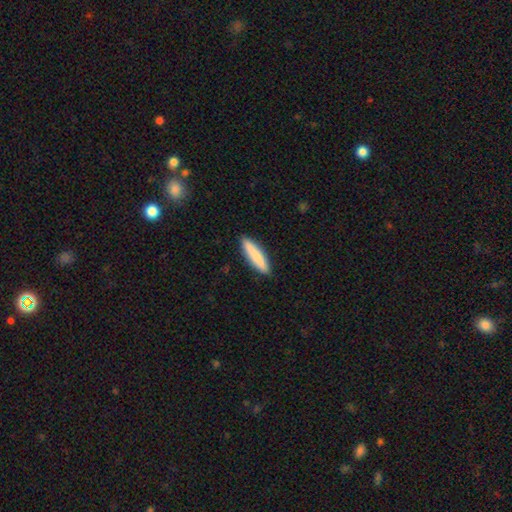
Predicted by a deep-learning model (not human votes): Smooth or featured?
  - smooth: 80% *
  - featured or disk: 15%
  - star or artifact: 5%
How rounded?
  - cigar-shaped: 84% *
  - in between: 15%
  - round: 1%
Merging?
  - none: 90% *
  - minor disturbance: 7%
  - major disturbance: 2%
  - merger: 1%